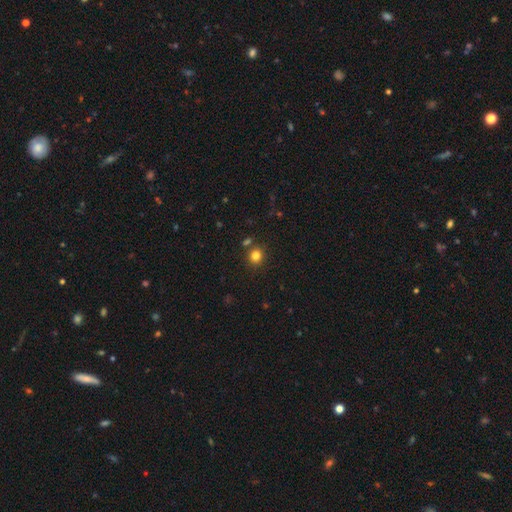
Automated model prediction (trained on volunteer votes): This appears to be a smooth galaxy with no disk features (81%) that is round (83%). Merging: none (82%).